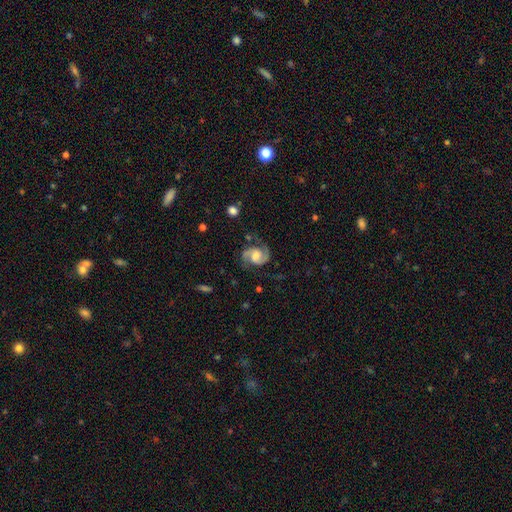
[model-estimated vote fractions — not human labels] Smooth or featured?
  - featured or disk: 90% *
  - smooth: 5%
  - star or artifact: 5%
Edge-on disk?
  - no: 98% *
  - yes: 2%
Bar?
  - no: 50% *
  - weak: 40%
  - strong: 10%
Spiral arms?
  - yes: 98% *
  - no: 2%
Spiral winding?
  - medium: 59% *
  - tight: 25%
  - loose: 17%
Spiral arm count?
  - 2: 94% *
  - can't tell: 2%
  - 1: 1%
  - 3: 1%
  - 4: 1%
  - more than 4: 1%
Bulge size?
  - moderate: 51% *
  - small: 22%
  - large: 15%
  - none: 10%
  - dominant: 2%
Merging?
  - none: 77% *
  - minor disturbance: 15%
  - major disturbance: 6%
  - merger: 2%